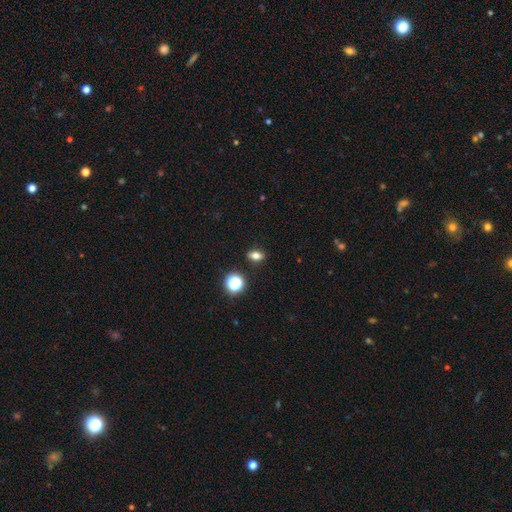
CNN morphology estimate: type=smooth (72%); roundness=in between (73%); merging=none (87%).